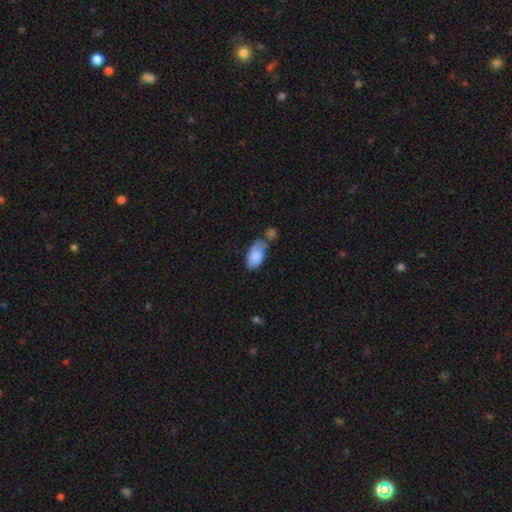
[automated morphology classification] Smooth or featured? smooth (85%)
How rounded? in between (94%)
Merging? none (46%)